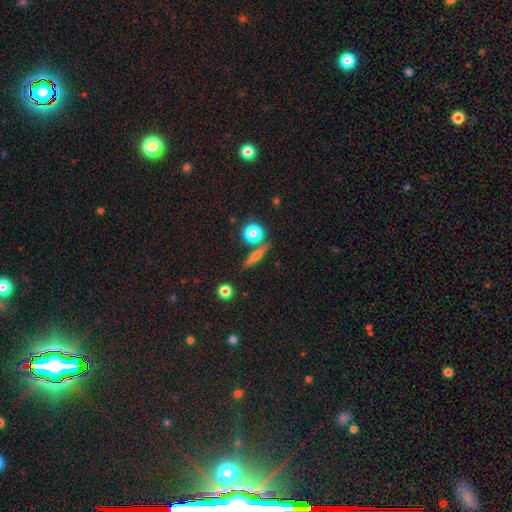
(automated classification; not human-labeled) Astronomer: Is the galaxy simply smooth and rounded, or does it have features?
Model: smooth — 50% (runner-up: featured or disk, 39%).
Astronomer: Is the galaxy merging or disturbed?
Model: none — 80%.